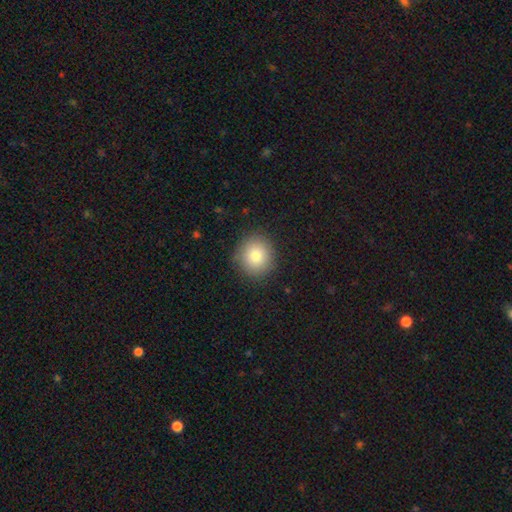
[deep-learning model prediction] Morphology: type=smooth (81%); roundness=round (90%); merging=none (89%).